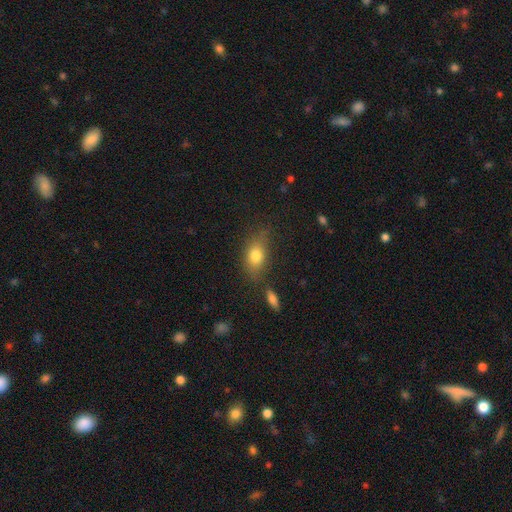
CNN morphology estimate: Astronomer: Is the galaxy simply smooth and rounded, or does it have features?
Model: smooth — 76%.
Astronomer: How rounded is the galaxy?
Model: in between — 75%.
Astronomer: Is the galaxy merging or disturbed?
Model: none — 65%.